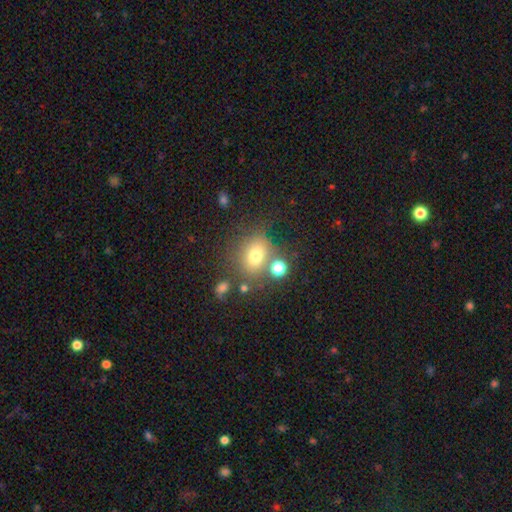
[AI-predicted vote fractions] Smooth or featured?
  - smooth: 70% *
  - star or artifact: 16%
  - featured or disk: 14%
How rounded?
  - round: 62% *
  - in between: 37%
  - cigar-shaped: 1%
Merging?
  - none: 63% *
  - merger: 16%
  - minor disturbance: 14%
  - major disturbance: 7%